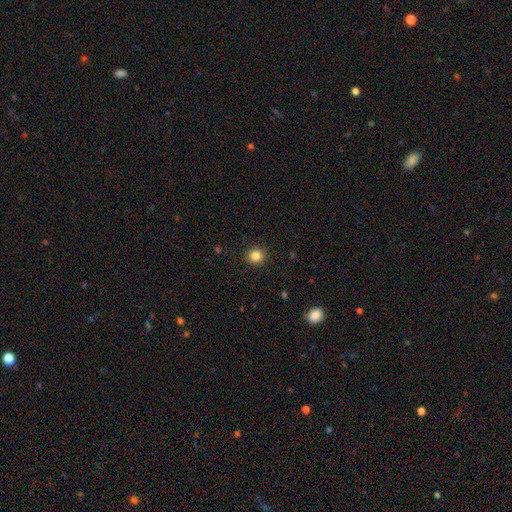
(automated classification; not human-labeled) A smooth galaxy with no disk features (84%) that is round (85%). Merging: none (91%).